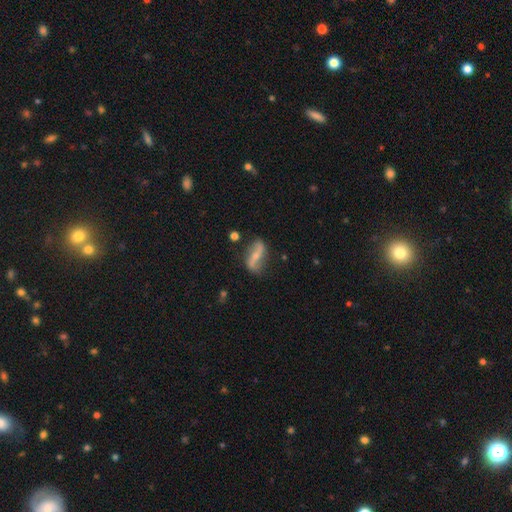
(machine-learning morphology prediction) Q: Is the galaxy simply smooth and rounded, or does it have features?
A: featured or disk — 70%.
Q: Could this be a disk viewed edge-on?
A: no — 88%.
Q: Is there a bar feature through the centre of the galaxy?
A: strong — 49%.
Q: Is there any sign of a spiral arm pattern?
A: yes — 84%.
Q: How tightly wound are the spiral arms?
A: loose — 84%.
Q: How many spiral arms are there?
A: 2 — 91%.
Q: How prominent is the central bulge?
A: small — 58%.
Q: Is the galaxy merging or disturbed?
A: none — 72%.